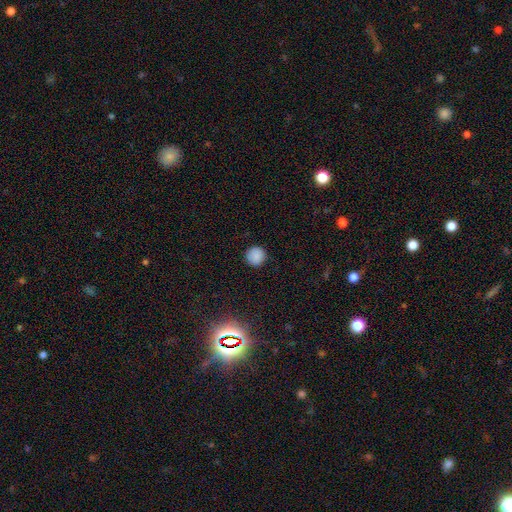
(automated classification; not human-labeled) Smooth or featured: smooth — 86% (star or artifact — 11%)
How rounded: round — 94% (in between — 5%)
Merging: none — 90% (minor disturbance — 7%)